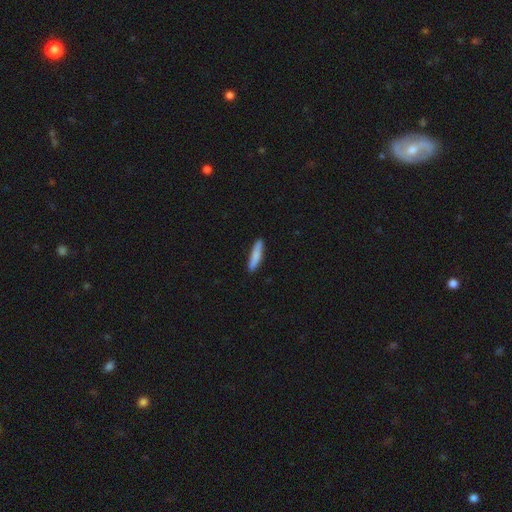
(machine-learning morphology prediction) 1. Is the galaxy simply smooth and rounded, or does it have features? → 83% smooth, 12% featured or disk, 5% star or artifact.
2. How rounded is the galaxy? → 87% cigar-shaped, 12% in between, 1% round.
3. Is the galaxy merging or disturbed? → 89% none, 8% minor disturbance, 1% major disturbance, 1% merger.